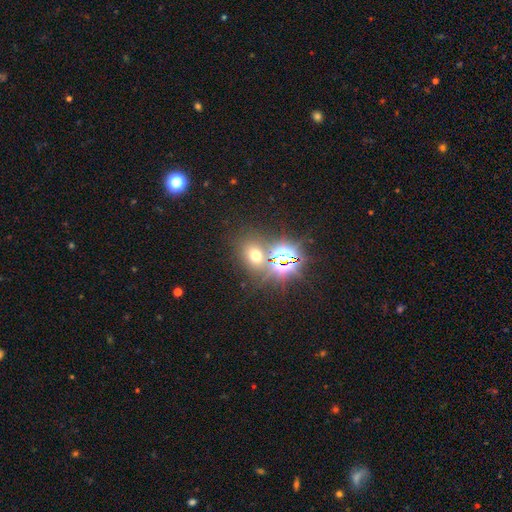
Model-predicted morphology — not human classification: This is possibly a smooth galaxy (48%). Merging: likely none (71%).